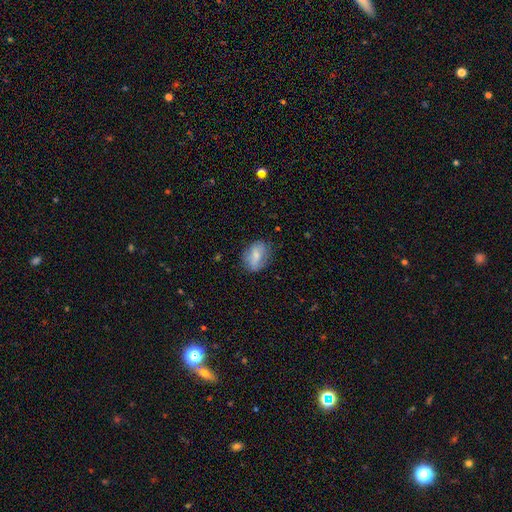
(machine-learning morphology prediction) smooth-or-featured: smooth: 68% | featured or disk: 24% | star or artifact: 8%
  how-rounded: in between: 73% | round: 25% | cigar-shaped: 2%
  merging: none: 68% | minor disturbance: 23% | major disturbance: 7% | merger: 1%